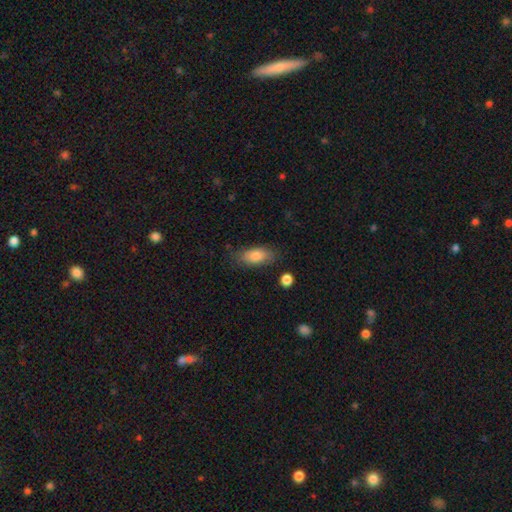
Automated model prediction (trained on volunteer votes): Q: Smooth or featured?
A: smooth (82%); runner-up: featured or disk (11%)
Q: How rounded?
A: in between (84%); runner-up: cigar-shaped (12%)
Q: Merging?
A: none (77%); runner-up: minor disturbance (16%)